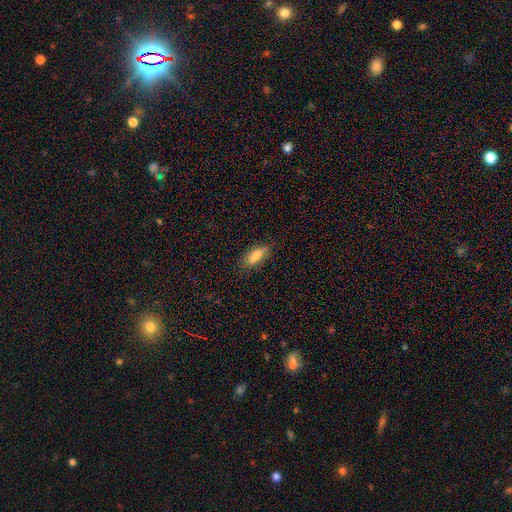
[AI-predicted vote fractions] Overall: smooth (78%). How rounded: in between (76%). Merging: none (78%).